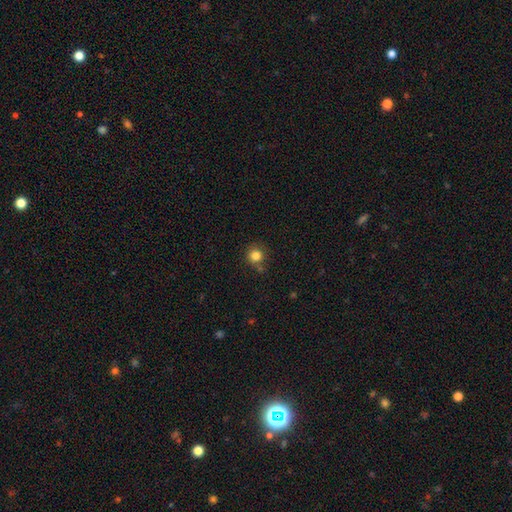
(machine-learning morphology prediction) smooth_or_featured: smooth (p=0.83) [alt: star or artifact p=0.12]
how_rounded: round (p=0.92) [alt: in between p=0.07]
merging: none (p=0.74) [alt: minor disturbance p=0.14]